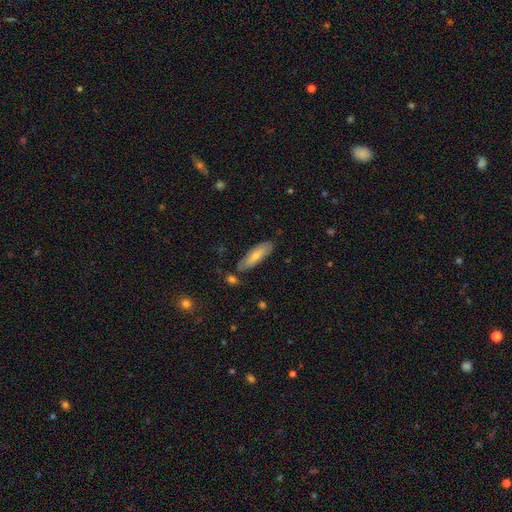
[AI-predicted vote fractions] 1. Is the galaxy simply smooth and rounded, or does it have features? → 66% smooth, 28% featured or disk, 6% star or artifact.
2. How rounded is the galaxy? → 51% in between, 48% cigar-shaped, 2% round.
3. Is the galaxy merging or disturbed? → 77% none, 15% minor disturbance, 4% merger, 3% major disturbance.